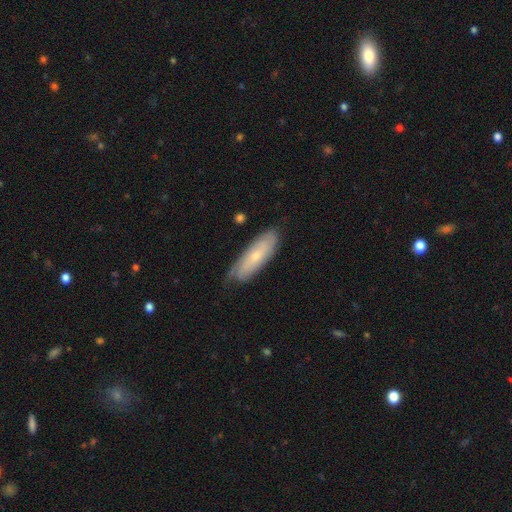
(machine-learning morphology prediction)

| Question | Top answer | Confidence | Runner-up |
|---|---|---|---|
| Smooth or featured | smooth | 48% | featured or disk (46%) |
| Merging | none | 71% | minor disturbance (23%) |